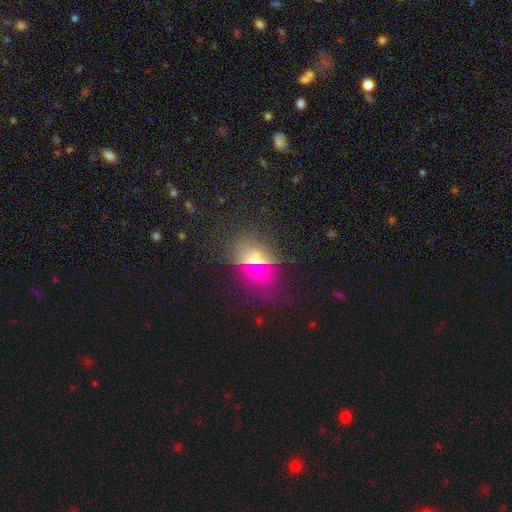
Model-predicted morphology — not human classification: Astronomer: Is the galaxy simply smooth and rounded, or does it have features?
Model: smooth — 53% (runner-up: star or artifact, 28%).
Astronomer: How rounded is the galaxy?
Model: in between — 68%.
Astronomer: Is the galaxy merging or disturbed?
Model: none — 75%.